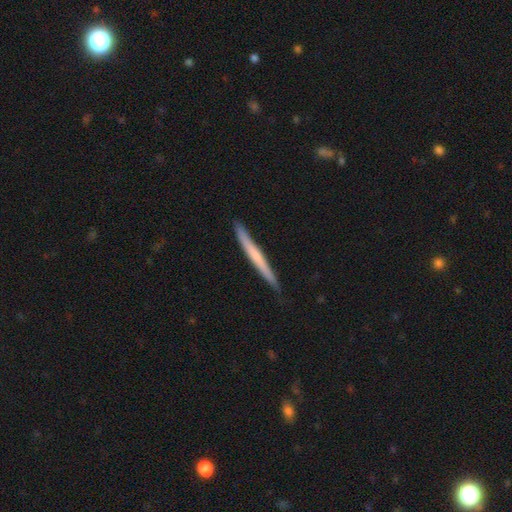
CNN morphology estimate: type=smooth (49%); merging=none (88%).